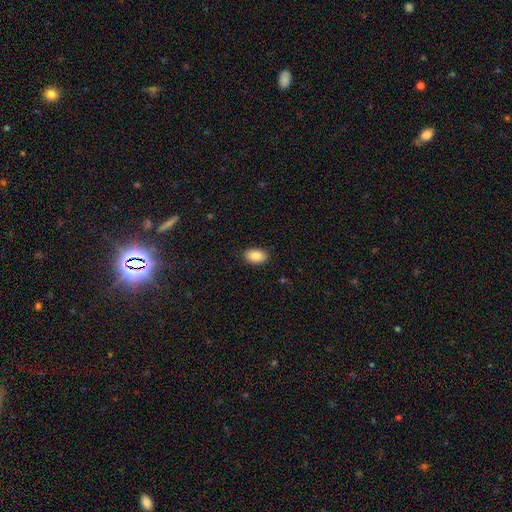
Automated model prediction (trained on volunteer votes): Smooth or featured?
  - smooth: 87% *
  - star or artifact: 7%
  - featured or disk: 5%
How rounded?
  - in between: 89% *
  - round: 10%
  - cigar-shaped: 1%
Merging?
  - none: 90% *
  - minor disturbance: 8%
  - major disturbance: 2%
  - merger: 1%